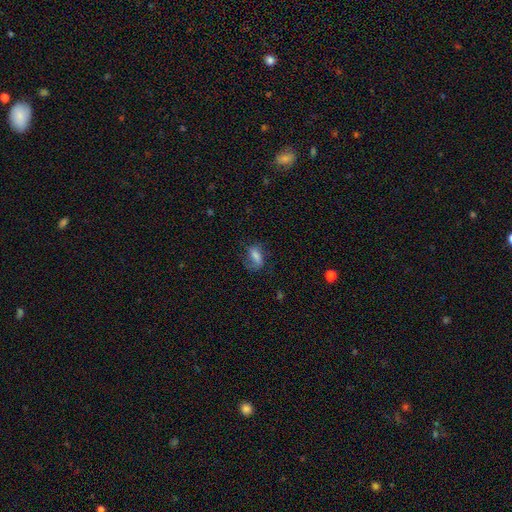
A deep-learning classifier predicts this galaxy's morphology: A smooth galaxy with no disk features (55%) that is in between round and cigar-shaped (81%). Merging: none (54%).